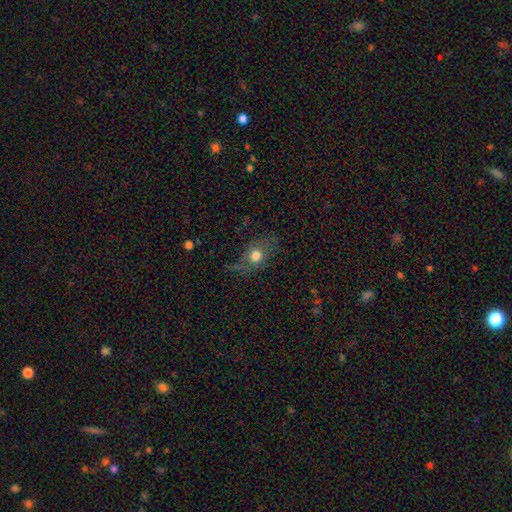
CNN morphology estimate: This appears to be a smooth galaxy with no disk features (67%) that is in between round and cigar-shaped (52%). Merging: none (64%).